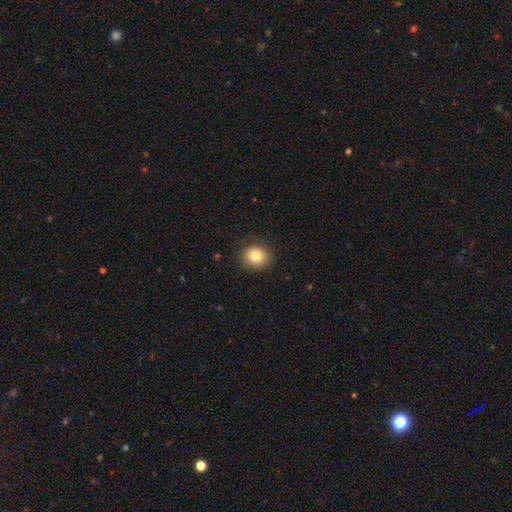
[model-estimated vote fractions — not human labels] The model was most divided on "how rounded": round: 73%, in between: 26%, cigar-shaped: 1%. More confident: merging — none (86%); smooth or featured — smooth (84%).